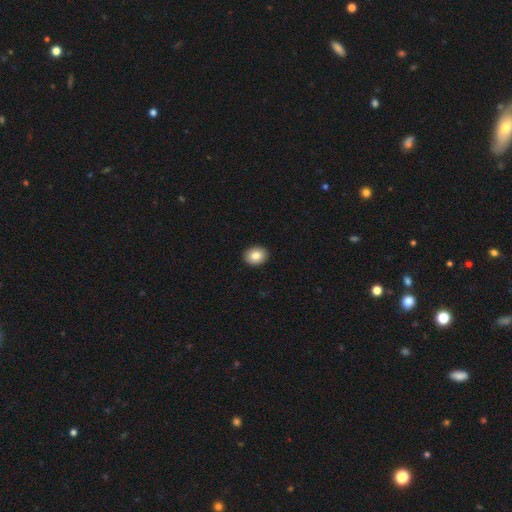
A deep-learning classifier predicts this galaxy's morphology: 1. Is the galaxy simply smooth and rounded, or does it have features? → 84% smooth, 8% star or artifact, 8% featured or disk.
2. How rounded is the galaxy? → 50% round (tied), 50% in between (tied), 1% cigar-shaped.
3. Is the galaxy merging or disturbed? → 92% none, 5% minor disturbance, 1% major disturbance, 1% merger.